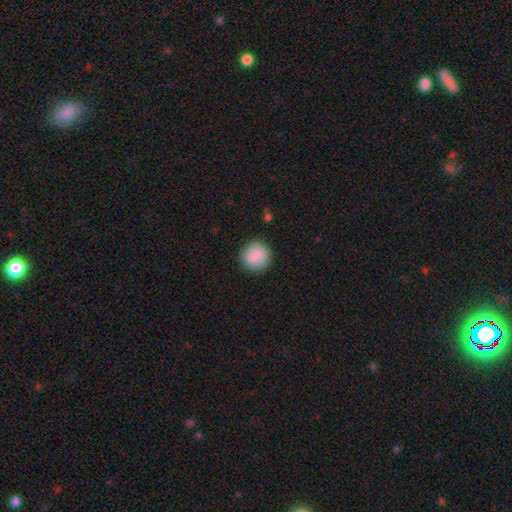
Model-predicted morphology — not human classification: Smooth or featured: smooth — 87% (star or artifact — 7%)
How rounded: round — 92% (in between — 7%)
Merging: none — 89% (minor disturbance — 7%)